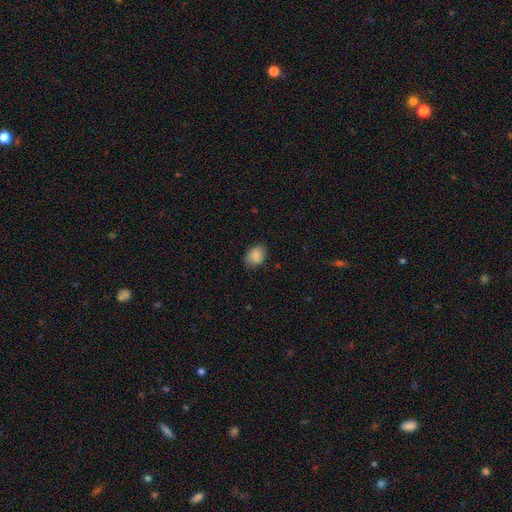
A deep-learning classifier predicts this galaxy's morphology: smooth 84%, star or artifact 8%, featured or disk 8%. Down the decision tree: how rounded — in between (64%); merging — none (73%).